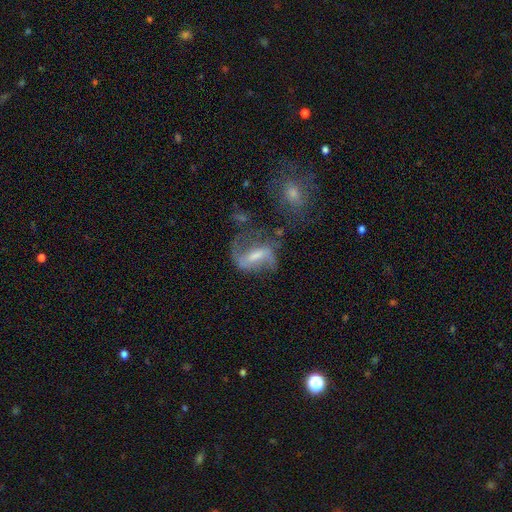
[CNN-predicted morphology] Smooth or featured?
  - featured or disk: 73% *
  - smooth: 17%
  - star or artifact: 10%
Edge-on disk?
  - no: 95% *
  - yes: 5%
Bar?
  - weak: 42% *
  - strong: 41%
  - no: 17%
Spiral arms?
  - yes: 83% *
  - no: 17%
Spiral winding?
  - loose: 61% *
  - medium: 31%
  - tight: 8%
Spiral arm count?
  - 2: 79% *
  - can't tell: 8%
  - 1: 8%
  - 3: 2%
  - 4: 1%
  - more than 4: 1%
Bulge size?
  - moderate: 38% *
  - small: 33%
  - none: 21%
  - large: 7%
  - dominant: 2%
Merging?
  - none: 41% *
  - major disturbance: 29%
  - minor disturbance: 19%
  - merger: 11%